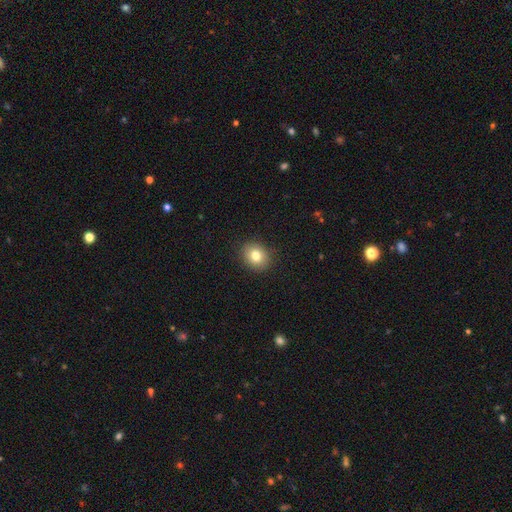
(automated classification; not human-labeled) The model was most divided on "how rounded": round: 70%, in between: 29%, cigar-shaped: 1%. More confident: merging — none (90%); smooth or featured — smooth (80%).